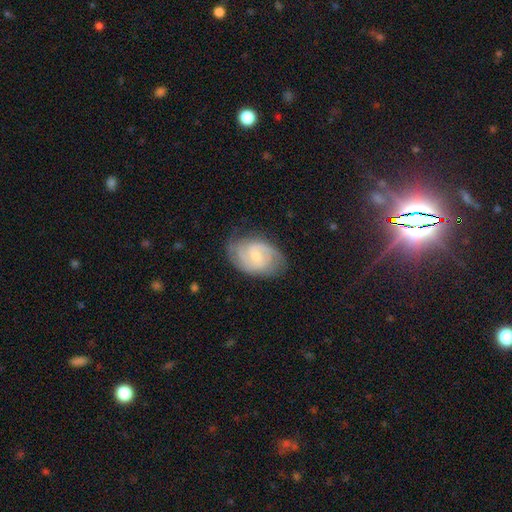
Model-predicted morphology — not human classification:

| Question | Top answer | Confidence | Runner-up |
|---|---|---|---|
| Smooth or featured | featured or disk | 81% | smooth (14%) |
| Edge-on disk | no | 97% | yes (3%) |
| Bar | weak | 50% | no (42%) |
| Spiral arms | yes | 96% | no (4%) |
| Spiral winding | tight | 51% | medium (40%) |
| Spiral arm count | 2 | 62% | can't tell (16%) |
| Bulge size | small | 61% | moderate (33%) |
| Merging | none | 76% | minor disturbance (18%) |